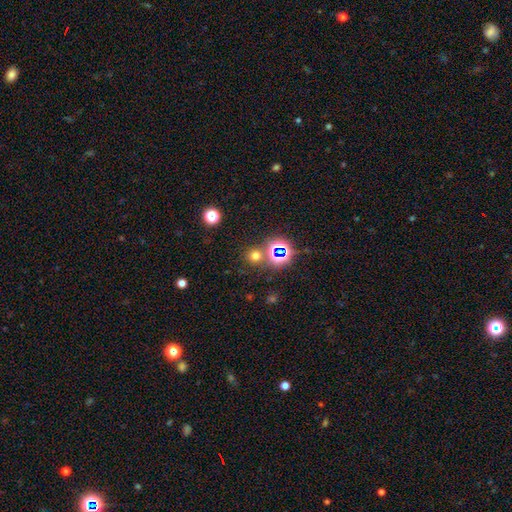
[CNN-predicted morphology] smooth 61%, star or artifact 32%, featured or disk 7%. Down the decision tree: how rounded — round (90%); merging — none (77%).